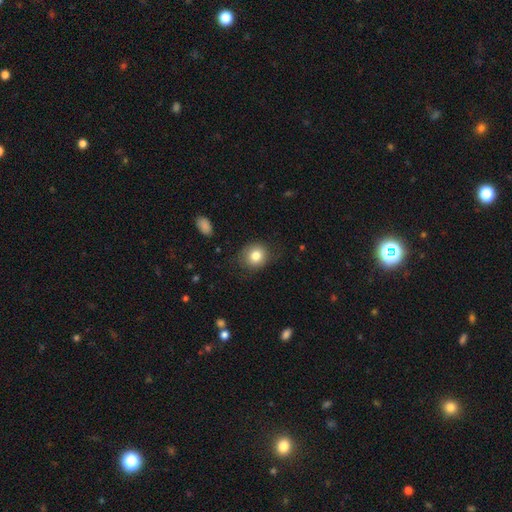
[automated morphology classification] The model was most divided on "how rounded": round: 77%, in between: 23%, cigar-shaped: 1%. More confident: smooth or featured — smooth (82%); merging — none (79%).